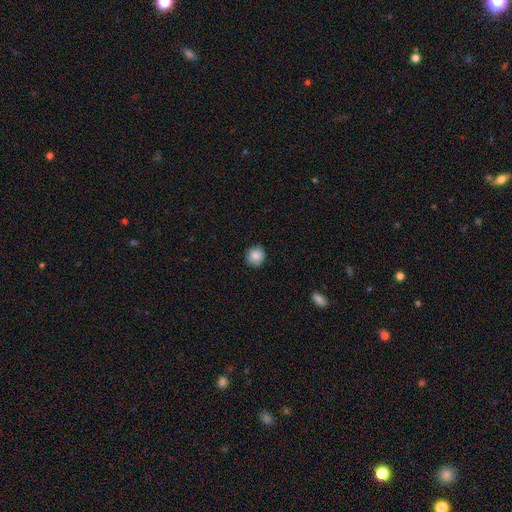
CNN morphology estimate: smooth_or_featured: smooth (p=0.86) [alt: star or artifact p=0.09]
how_rounded: round (p=0.91) [alt: in between p=0.08]
merging: none (p=0.88) [alt: minor disturbance p=0.09]